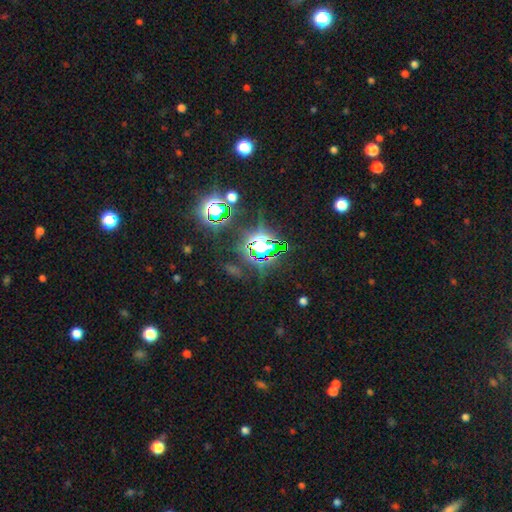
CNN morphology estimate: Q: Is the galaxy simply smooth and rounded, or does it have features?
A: star or artifact — 82%.